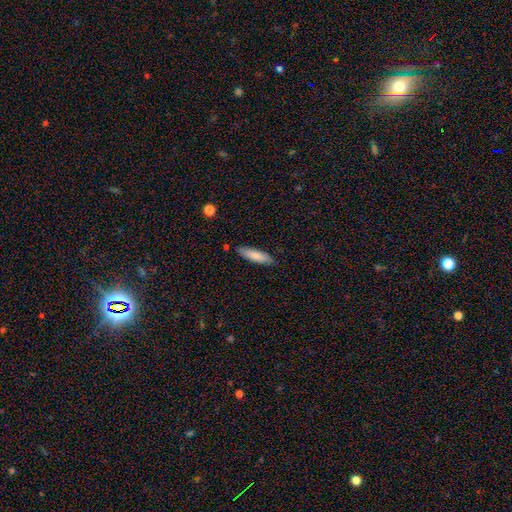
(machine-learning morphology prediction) Smooth or featured: smooth — 82% (featured or disk — 12%)
How rounded: cigar-shaped — 67% (in between — 31%)
Merging: none — 85% (minor disturbance — 11%)